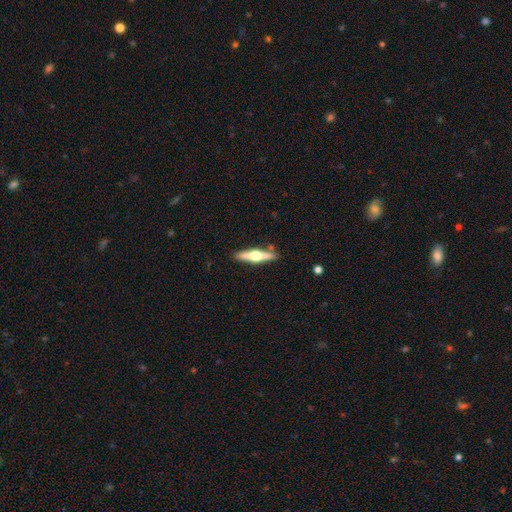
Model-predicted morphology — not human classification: The model was most divided on "smooth or featured": featured or disk: 67%, smooth: 28%, star or artifact: 5%. More confident: edge-on disk — yes (97%); edge-on bulge — rounded (95%); merging — none (88%).